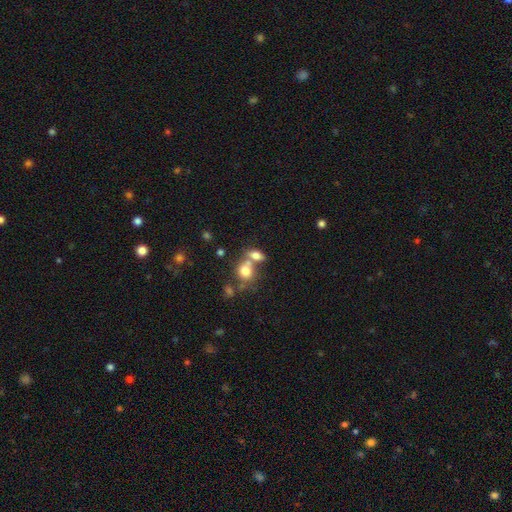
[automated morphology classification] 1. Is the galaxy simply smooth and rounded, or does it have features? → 74% smooth, 15% featured or disk, 11% star or artifact.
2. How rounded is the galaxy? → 76% in between, 19% round, 5% cigar-shaped.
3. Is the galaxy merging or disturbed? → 49% merger, 36% none, 10% minor disturbance, 5% major disturbance.